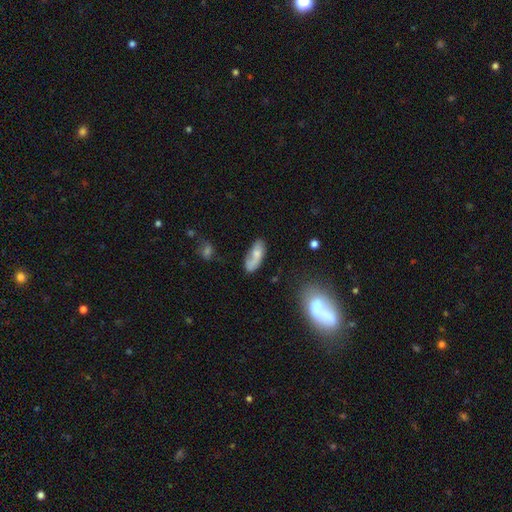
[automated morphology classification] A smooth galaxy with no disk features (54%) that is in between round and cigar-shaped (81%). Merging: none (49%).